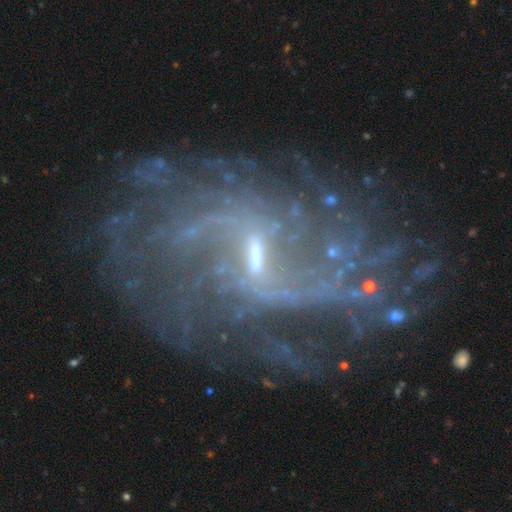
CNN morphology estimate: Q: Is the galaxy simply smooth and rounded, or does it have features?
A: featured or disk — 88%.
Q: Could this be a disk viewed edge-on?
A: no — 97%.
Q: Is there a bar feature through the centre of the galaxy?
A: weak — 45%.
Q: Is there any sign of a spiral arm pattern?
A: yes — 97%.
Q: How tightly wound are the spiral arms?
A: medium — 41%.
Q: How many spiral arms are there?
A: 2 — 25%.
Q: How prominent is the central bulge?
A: small — 59%.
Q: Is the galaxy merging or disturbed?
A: none — 56%.